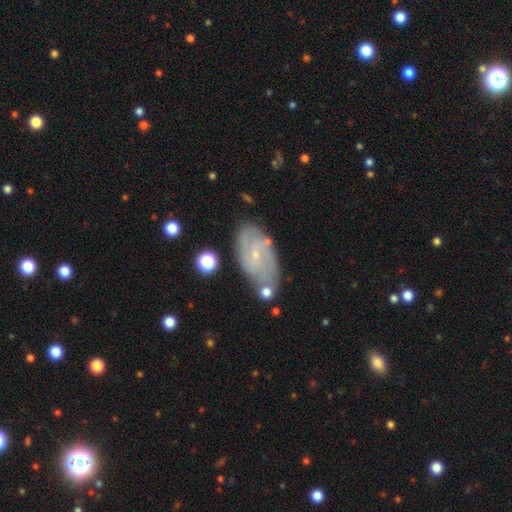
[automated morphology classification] The model was most divided on "spiral arm count": can't tell: 43%, 2: 34%, 3: 10%, 4: 6%, 1: 4%, more than 4: 4%. Remaining: edge-on disk — no (94%); bulge size — small (85%); spiral arms — yes (84%); merging — none (72%); smooth or featured — featured or disk (68%); bar — no (60%); spiral winding — tight (49%).